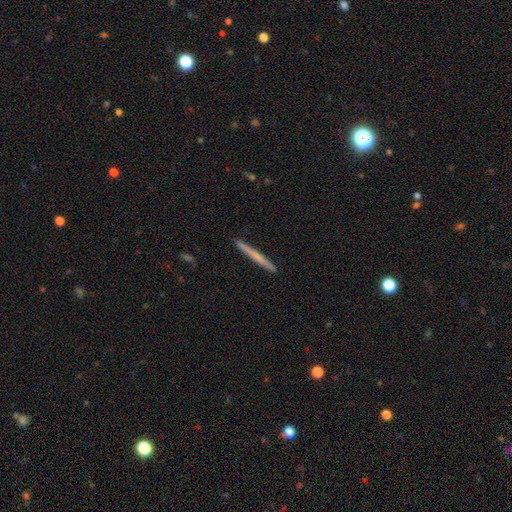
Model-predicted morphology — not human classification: A smooth galaxy with no disk features (53%) that is cigar-shaped (97%). Merging: none (93%).